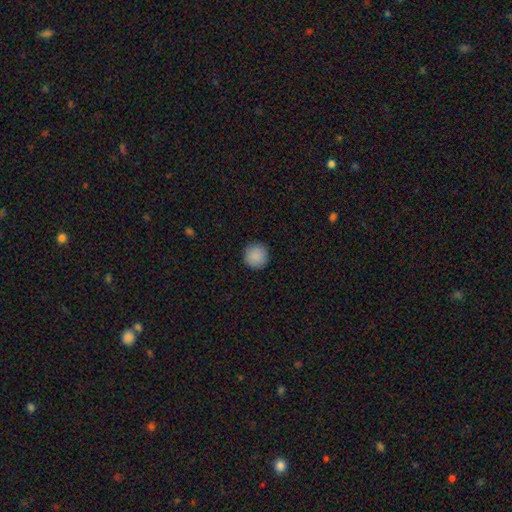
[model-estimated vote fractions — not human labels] Morphology: type=smooth (90%); roundness=round (95%); merging=none (92%).